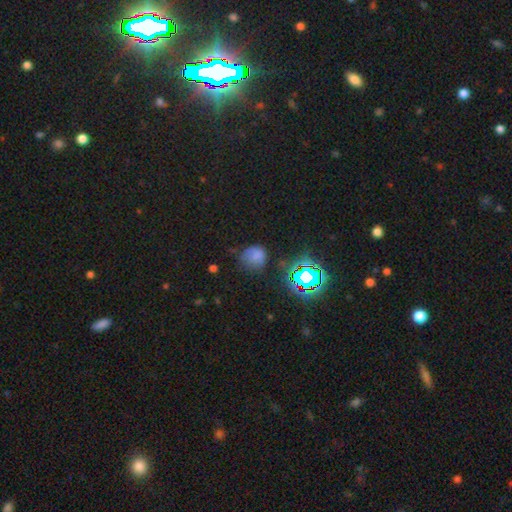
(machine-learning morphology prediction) A smooth galaxy with no disk features (62%) that is round (76%).

Vote fractions:
- Smooth or featured? smooth: 62% / star or artifact: 24% / featured or disk: 13%
- How rounded? round: 76% / in between: 23% / cigar-shaped: 1%
- Merging? none: 51% / minor disturbance: 30% / major disturbance: 17% / merger: 3%